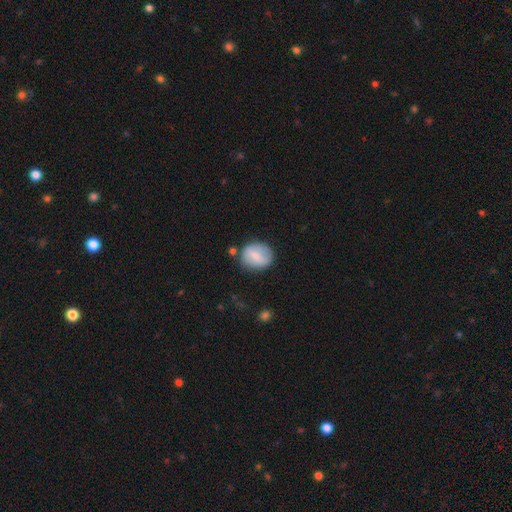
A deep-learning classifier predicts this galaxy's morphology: A smooth galaxy with no disk features (62%) that is round (64%). Merging: none (72%).